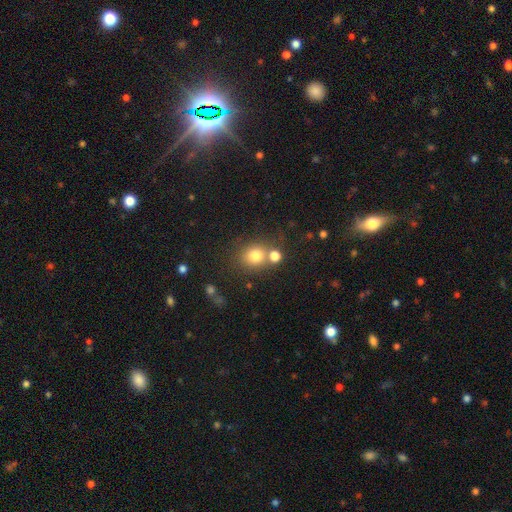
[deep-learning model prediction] Overall: smooth (78%). How rounded: round (78%). Merging: none (61%; merger 24%).